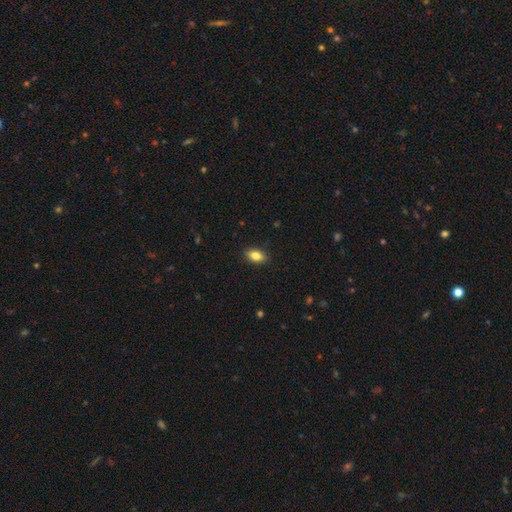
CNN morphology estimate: smooth_or_featured: smooth (p=0.80) [alt: featured or disk p=0.12]
how_rounded: in between (p=0.86) [alt: round p=0.08]
merging: none (p=0.87) [alt: minor disturbance p=0.10]